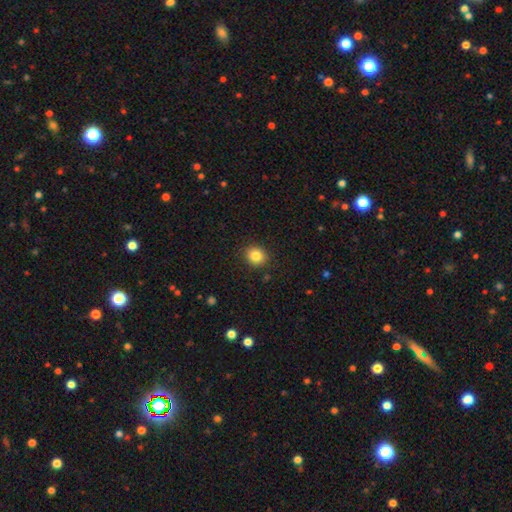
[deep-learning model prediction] smooth-or-featured: smooth: 84% | star or artifact: 10% | featured or disk: 6%
  how-rounded: round: 78% | in between: 21% | cigar-shaped: 1%
  merging: none: 89% | minor disturbance: 8% | major disturbance: 2% | merger: 1%